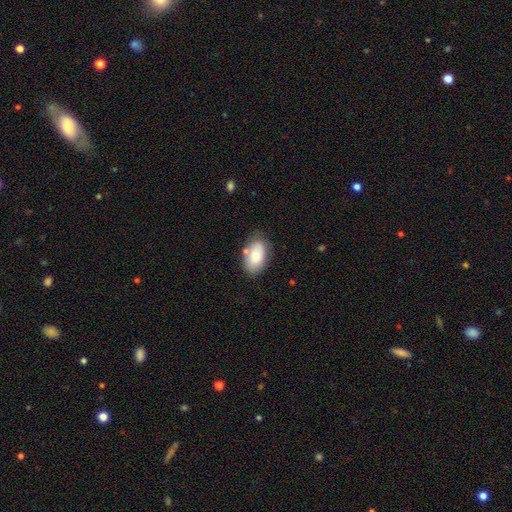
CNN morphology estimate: Overall: smooth (76%). How rounded: in between (92%). Merging: none (72%).